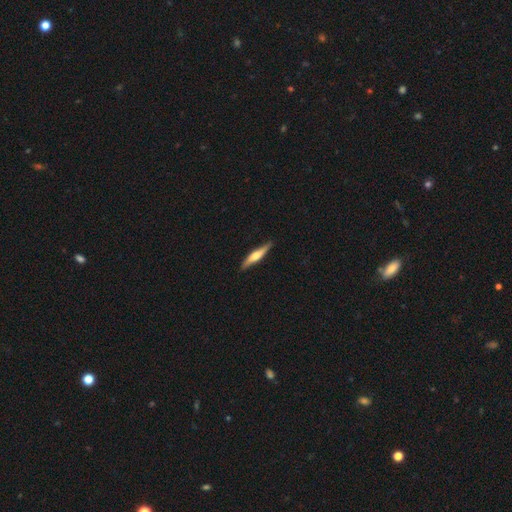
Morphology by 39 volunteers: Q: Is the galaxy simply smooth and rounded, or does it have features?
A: smooth — 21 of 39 (54%).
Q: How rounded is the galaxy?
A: cigar-shaped — 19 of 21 (90%).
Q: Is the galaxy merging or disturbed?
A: none — 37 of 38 (97%).